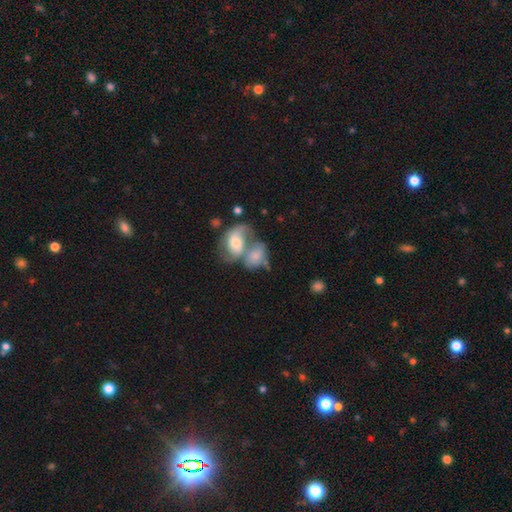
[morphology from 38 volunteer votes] Q: Smooth or featured?
A: smooth (55%); runner-up: featured or disk (37%)
Q: How rounded?
A: in between (86%); runner-up: round (14%)
Q: Merging?
A: merger (74%); runner-up: none (11%)